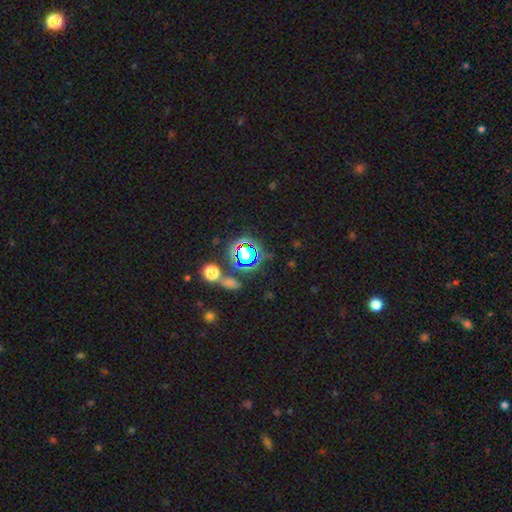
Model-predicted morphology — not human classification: type=star or artifact (72%).